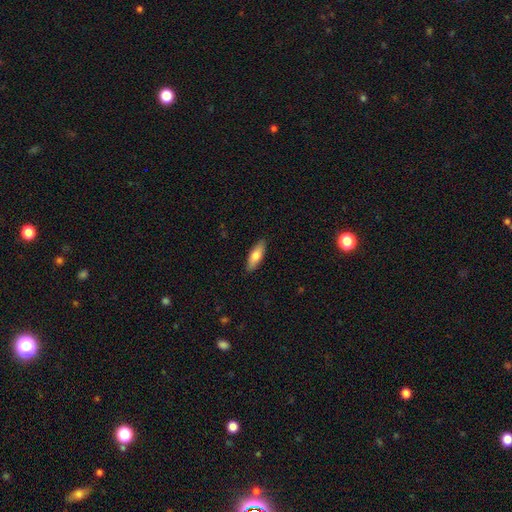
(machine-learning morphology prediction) A smooth galaxy with no disk features (72%) that is in between round and cigar-shaped (58%).

Vote fractions:
- Smooth or featured? smooth: 72% / featured or disk: 23% / star or artifact: 6%
- How rounded? in between: 58% / cigar-shaped: 40% / round: 2%
- Merging? none: 89% / minor disturbance: 9% / major disturbance: 2% / merger: 1%